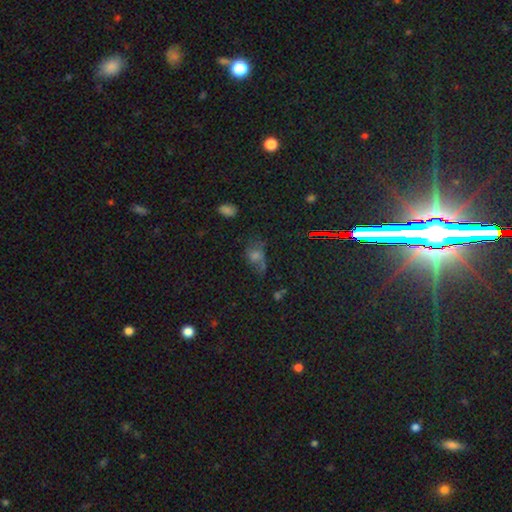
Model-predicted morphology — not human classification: smooth-or-featured: smooth: 45% | star or artifact: 40% | featured or disk: 15%
  merging: none: 46% | minor disturbance: 25% | major disturbance: 21% | merger: 9%